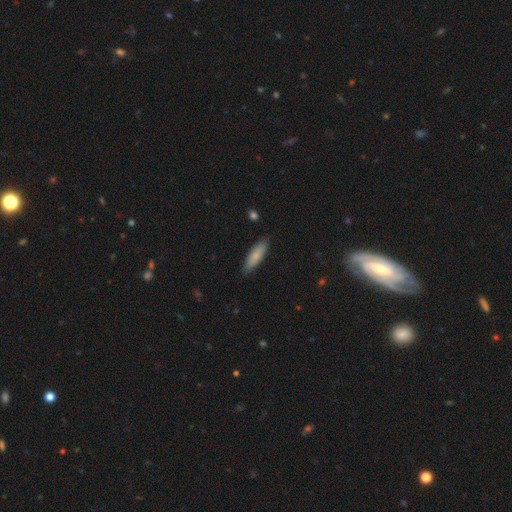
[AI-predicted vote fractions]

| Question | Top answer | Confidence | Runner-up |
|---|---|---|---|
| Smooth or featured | smooth | 82% | featured or disk (13%) |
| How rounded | cigar-shaped | 61% | in between (38%) |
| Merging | none | 86% | minor disturbance (11%) |